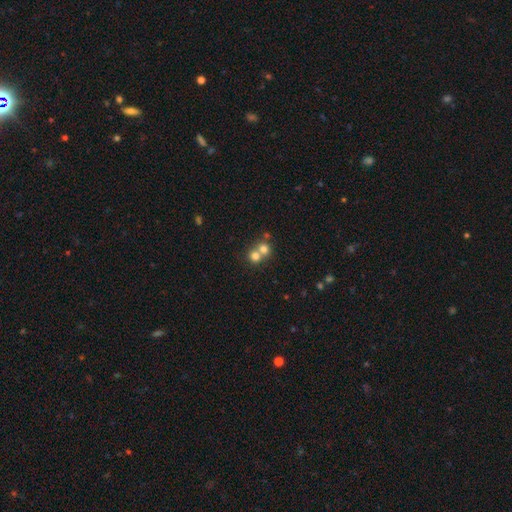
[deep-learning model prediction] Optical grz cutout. It shows a smooth galaxy with no disk features (73%) that is round (84%). Merging: merger (61%).